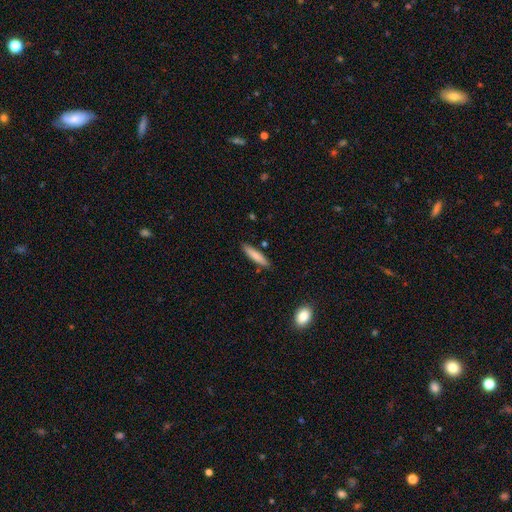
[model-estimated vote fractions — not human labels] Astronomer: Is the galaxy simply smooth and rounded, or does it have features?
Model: smooth — 80%.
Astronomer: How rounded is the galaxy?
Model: cigar-shaped — 84%.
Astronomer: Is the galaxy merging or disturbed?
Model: none — 87%.